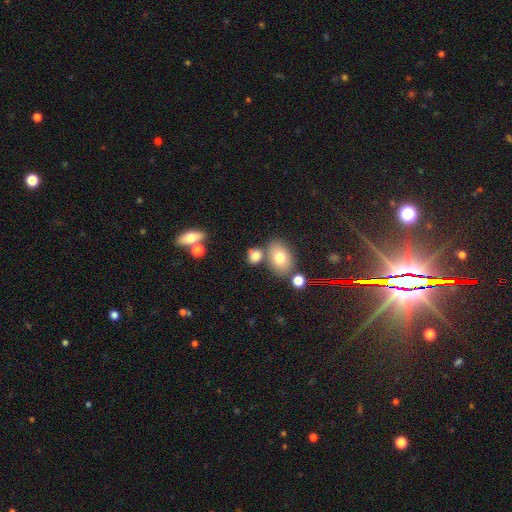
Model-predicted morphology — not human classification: This is likely a smooth galaxy (76%). How rounded: possibly in between (58%). Merging: likely none (61%).